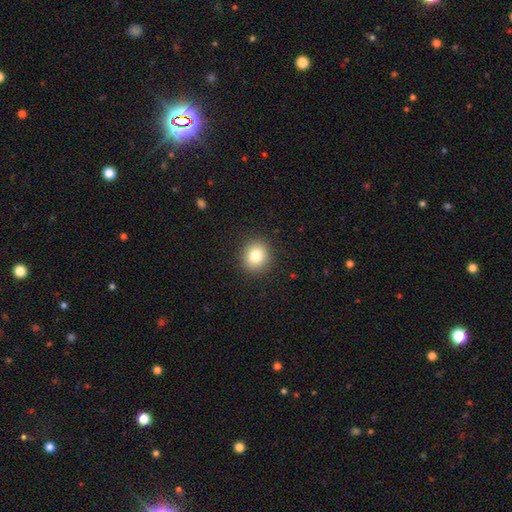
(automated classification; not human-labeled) The model was most divided on "smooth or featured": smooth: 81%, star or artifact: 11%, featured or disk: 8%. More confident: merging — none (91%); how rounded — round (85%).